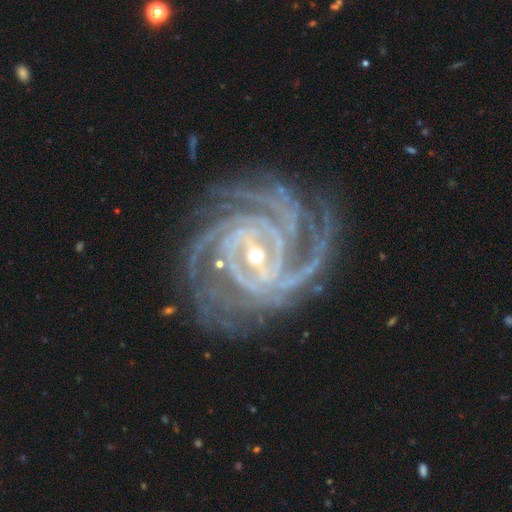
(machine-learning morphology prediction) Smooth or featured: featured or disk — 94% (star or artifact — 4%)
Edge-on disk: no — 98% (yes — 2%)
Bar: strong — 43% (weak — 39%)
Spiral arms: yes — 99% (no — 1%)
Spiral winding: tight — 79% (medium — 19%)
Spiral arm count: 4 — 33% (more than 4 — 26%)
Bulge size: small — 63% (moderate — 34%)
Merging: none — 79% (minor disturbance — 14%)